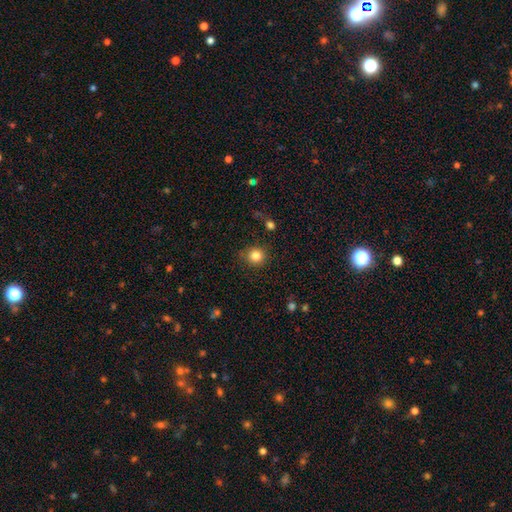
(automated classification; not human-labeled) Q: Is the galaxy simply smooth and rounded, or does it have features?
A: smooth — 84%.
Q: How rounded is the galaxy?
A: round — 90%.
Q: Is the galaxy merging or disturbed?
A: none — 85%.